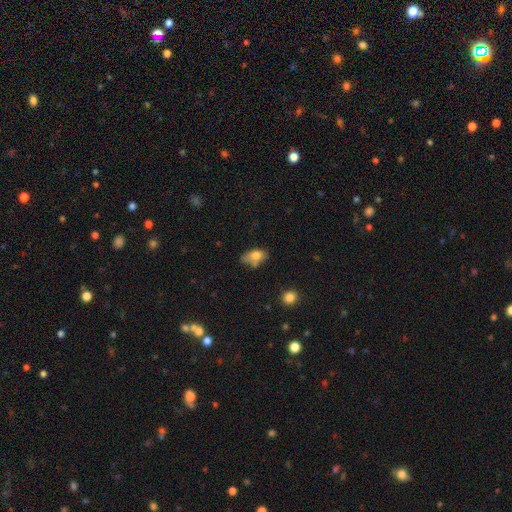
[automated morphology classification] A smooth galaxy with no disk features (69%) that is in between round and cigar-shaped (85%). Merging: none (40%).